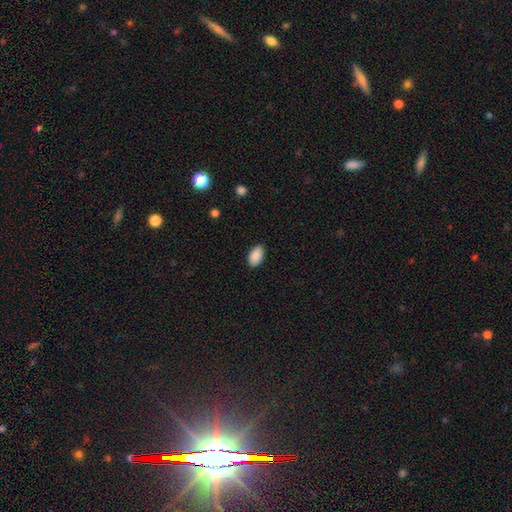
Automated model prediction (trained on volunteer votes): Smooth or featured: smooth — 90% (star or artifact — 7%)
How rounded: in between — 94% (round — 5%)
Merging: none — 86% (minor disturbance — 11%)